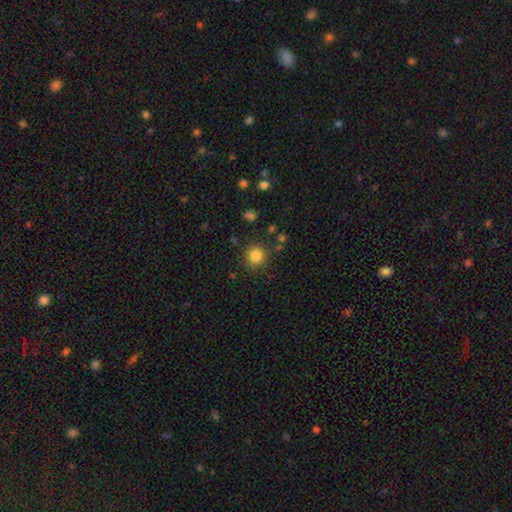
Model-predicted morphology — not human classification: smooth_or_featured: smooth (p=0.83) [alt: star or artifact p=0.12]
how_rounded: round (p=0.93) [alt: in between p=0.06]
merging: none (p=0.87) [alt: minor disturbance p=0.08]